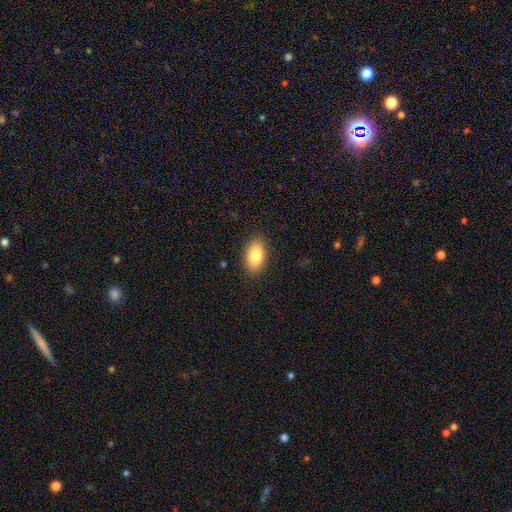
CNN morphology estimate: Overall: smooth (84%). How rounded: in between (93%). Merging: none (87%).